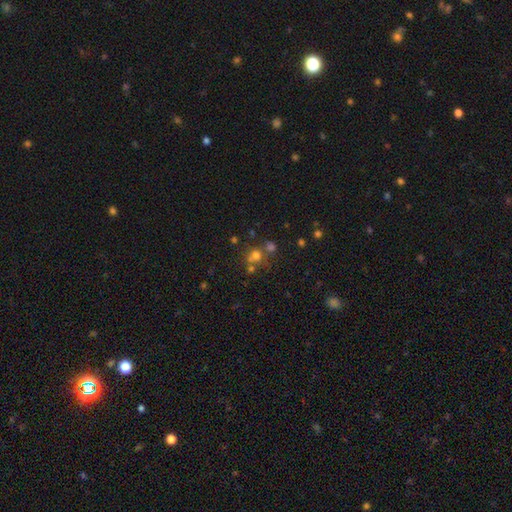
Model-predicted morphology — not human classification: smooth_or_featured: smooth (p=0.61) [alt: star or artifact p=0.25]
how_rounded: round (p=0.85) [alt: in between p=0.14]
merging: none (p=0.55) [alt: merger p=0.31]